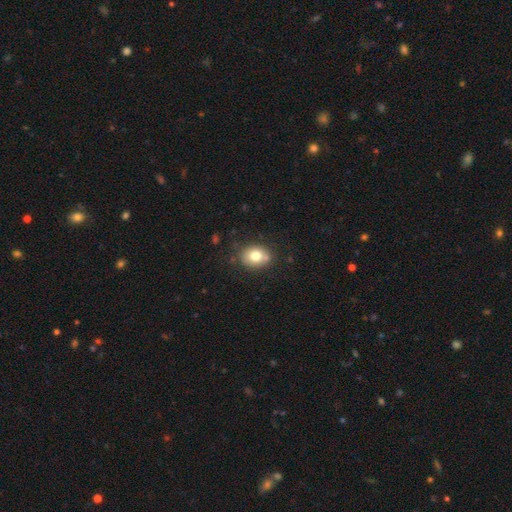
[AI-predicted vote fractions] Smooth or featured?
  - smooth: 76% *
  - featured or disk: 14%
  - star or artifact: 10%
How rounded?
  - round: 52% *
  - in between: 48%
  - cigar-shaped: 1%
Merging?
  - none: 73% *
  - minor disturbance: 15%
  - merger: 8%
  - major disturbance: 4%